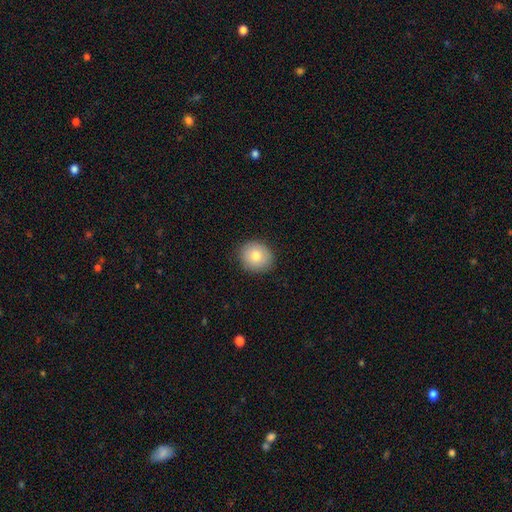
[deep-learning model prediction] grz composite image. It shows a smooth galaxy with no disk features (78%) that is round (83%). Merging: none (88%).